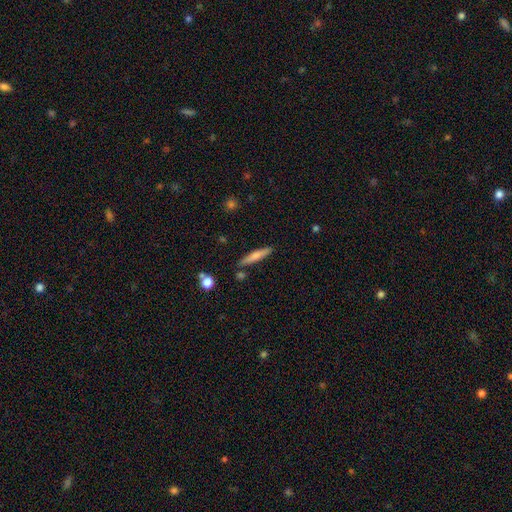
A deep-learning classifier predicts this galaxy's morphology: Smooth or featured? smooth (64%)
How rounded? cigar-shaped (91%)
Merging? none (85%)